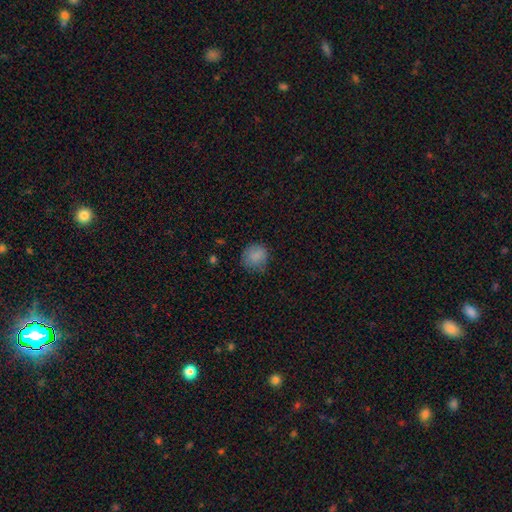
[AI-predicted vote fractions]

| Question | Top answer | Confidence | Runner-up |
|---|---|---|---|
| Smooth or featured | smooth | 84% | star or artifact (9%) |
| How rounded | round | 87% | in between (12%) |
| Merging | none | 69% | minor disturbance (24%) |